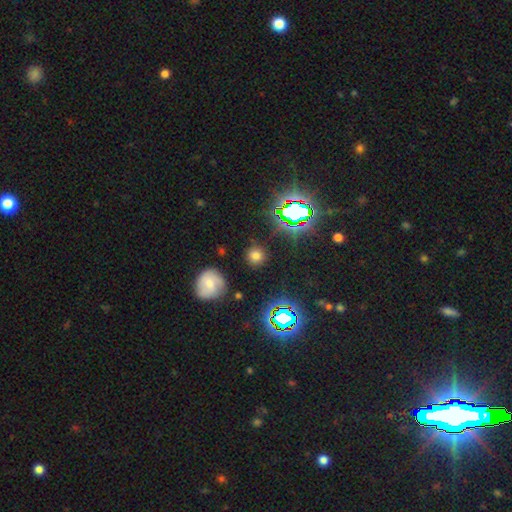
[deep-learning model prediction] smooth 67%, star or artifact 25%, featured or disk 8%. Down the decision tree: how rounded — round (92%); merging — none (87%).